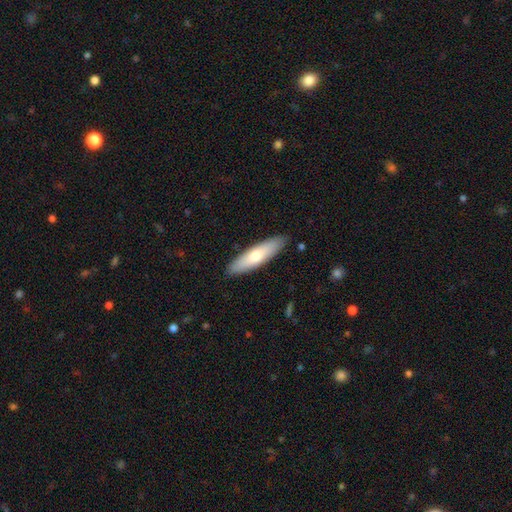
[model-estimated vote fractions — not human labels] Smooth or featured: smooth — 68% (featured or disk — 27%)
How rounded: cigar-shaped — 68% (in between — 31%)
Merging: none — 89% (minor disturbance — 9%)